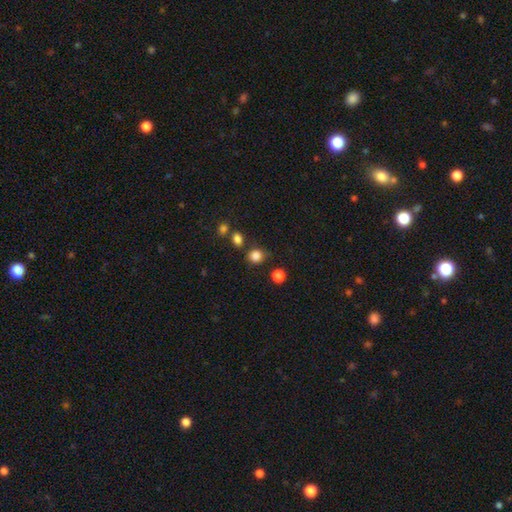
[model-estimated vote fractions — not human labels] Overall: smooth (83%). How rounded: round (81%). Merging: none (75%).